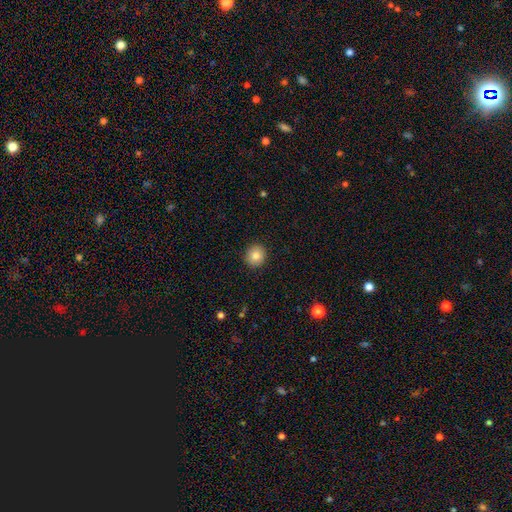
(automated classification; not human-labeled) Smooth or featured?
  - smooth: 82% *
  - featured or disk: 9%
  - star or artifact: 9%
How rounded?
  - round: 89% *
  - in between: 10%
  - cigar-shaped: 1%
Merging?
  - none: 92% *
  - minor disturbance: 6%
  - major disturbance: 2%
  - merger: 1%